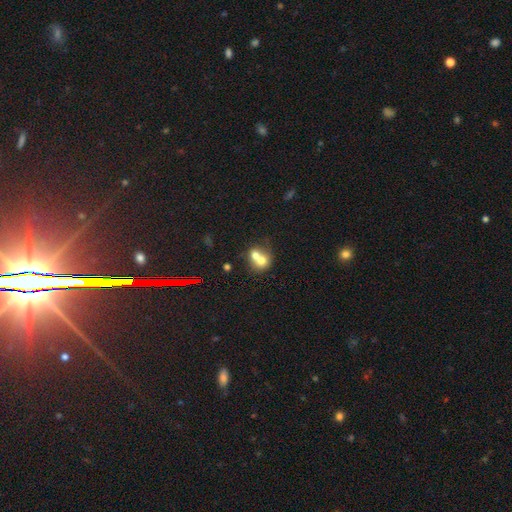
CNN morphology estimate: Overall: smooth (67%). How rounded: round (67%; in between 33%). Merging: merger (71%).